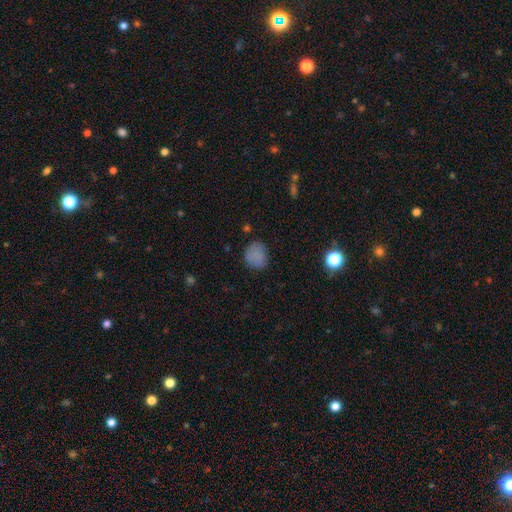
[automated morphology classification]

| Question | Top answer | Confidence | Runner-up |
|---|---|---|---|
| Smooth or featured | smooth | 81% | star or artifact (12%) |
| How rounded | round | 72% | in between (27%) |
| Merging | none | 75% | minor disturbance (18%) |